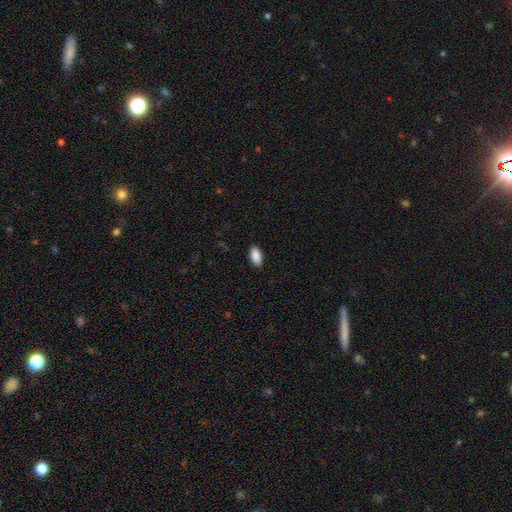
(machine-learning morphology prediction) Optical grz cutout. It shows a smooth galaxy with no disk features (90%) that is in between round and cigar-shaped (94%). Merging: none (89%).